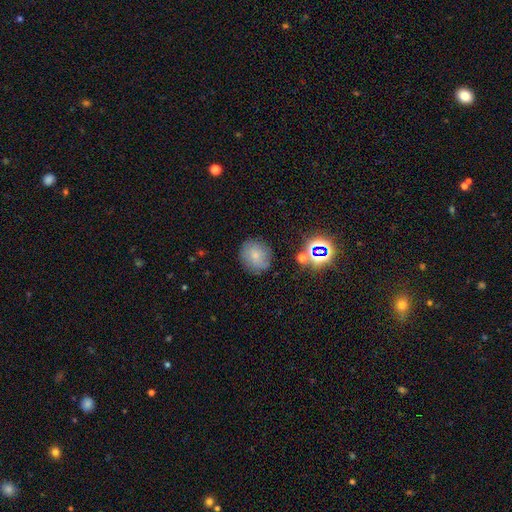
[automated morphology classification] The model was most divided on "smooth or featured": smooth: 67%, featured or disk: 17%, star or artifact: 16%. More confident: how rounded — round (80%); merging — none (77%).